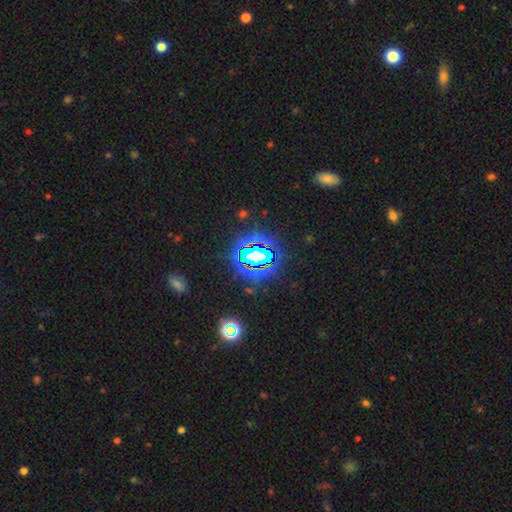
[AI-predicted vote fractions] A star or artifact, not a galaxy (72%).

Vote fractions:
- Smooth or featured? star or artifact: 72% / smooth: 15% / featured or disk: 13%